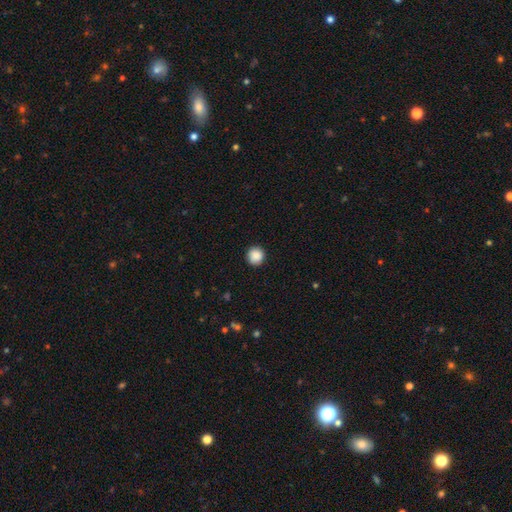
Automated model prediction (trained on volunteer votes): Smooth or featured? smooth (88%)
How rounded? round (94%)
Merging? none (91%)